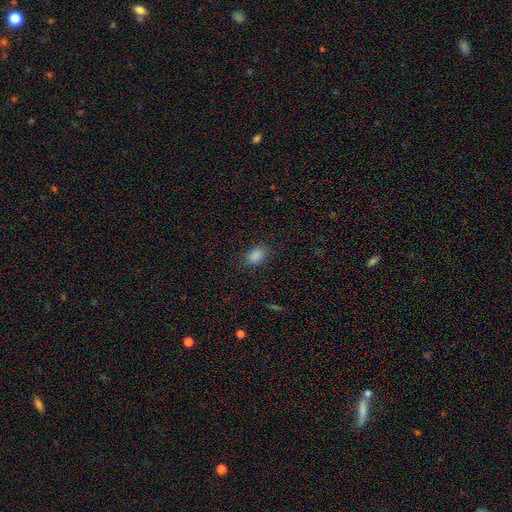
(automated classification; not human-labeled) Smooth or featured? Predicted: smooth (p=0.85). How rounded? Predicted: in between (p=0.74). Merging? Predicted: none (p=0.81).